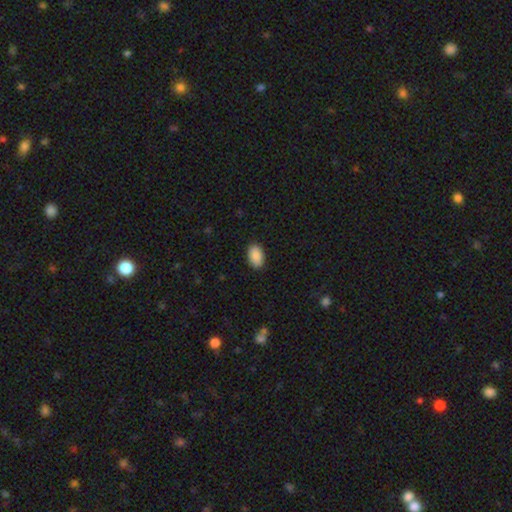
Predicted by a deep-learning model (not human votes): Morphology: type=smooth (90%); roundness=in between (92%); merging=none (89%).